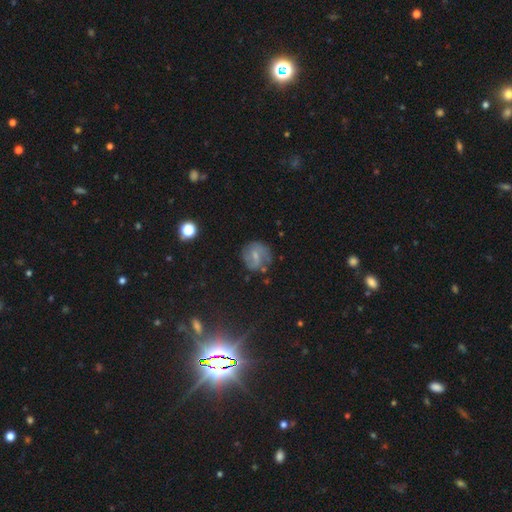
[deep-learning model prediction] Smooth or featured? Predicted: featured or disk (p=0.49). Merging? Predicted: none (p=0.65).